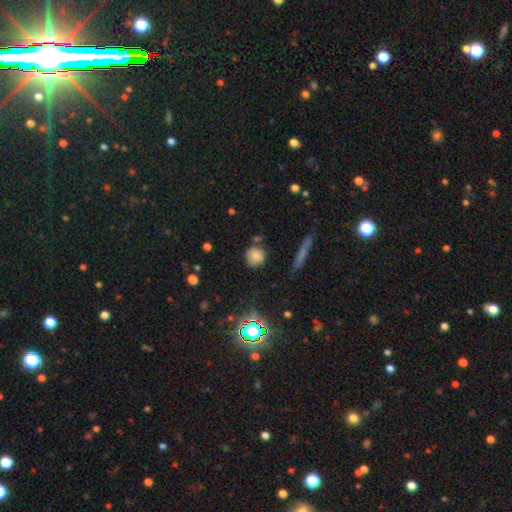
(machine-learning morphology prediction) A smooth galaxy with no disk features (78%) that is round (90%).

Vote fractions:
- Smooth or featured? smooth: 78% / star or artifact: 14% / featured or disk: 8%
- How rounded? round: 90% / in between: 8% / cigar-shaped: 2%
- Merging? none: 76% / minor disturbance: 13% / merger: 7% / major disturbance: 4%